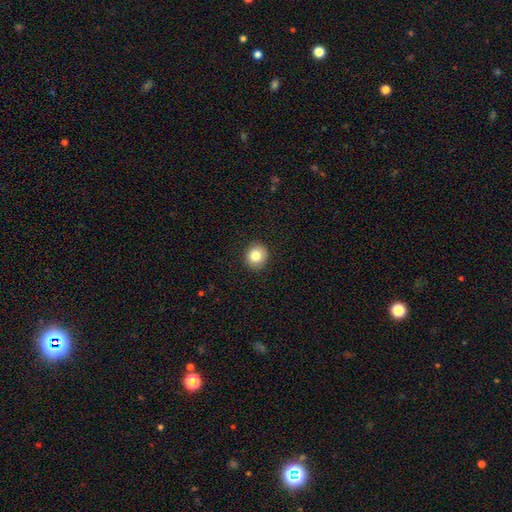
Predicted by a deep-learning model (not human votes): Smooth or featured? Predicted: smooth (p=0.83). How rounded? Predicted: round (p=0.86). Merging? Predicted: none (p=0.91).